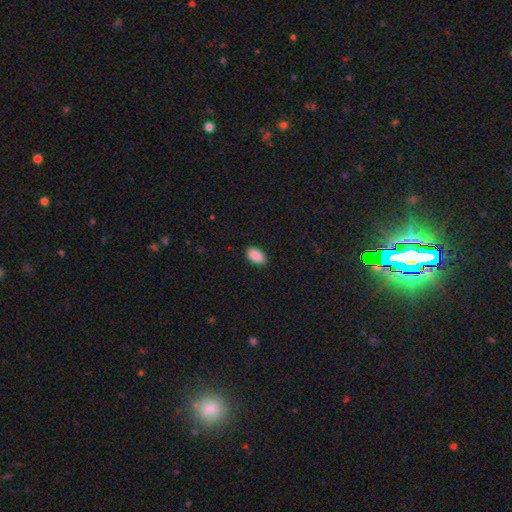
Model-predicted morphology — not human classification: smooth-or-featured: smooth: 91% | star or artifact: 7% | featured or disk: 3%
  how-rounded: in between: 95% | round: 3% | cigar-shaped: 2%
  merging: none: 89% | minor disturbance: 8% | major disturbance: 2% | merger: 1%